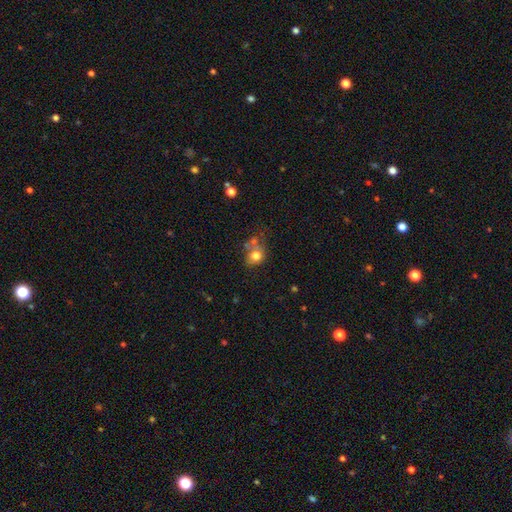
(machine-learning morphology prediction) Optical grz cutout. It shows a smooth galaxy with no disk features (74%) that is round (65%). Merging: none (43%).